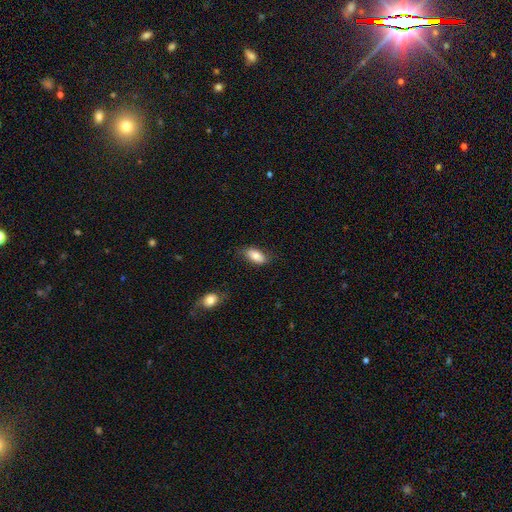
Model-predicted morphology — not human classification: This appears to be a smooth galaxy with no disk features (80%) that is in between round and cigar-shaped (91%). Merging: none (74%).